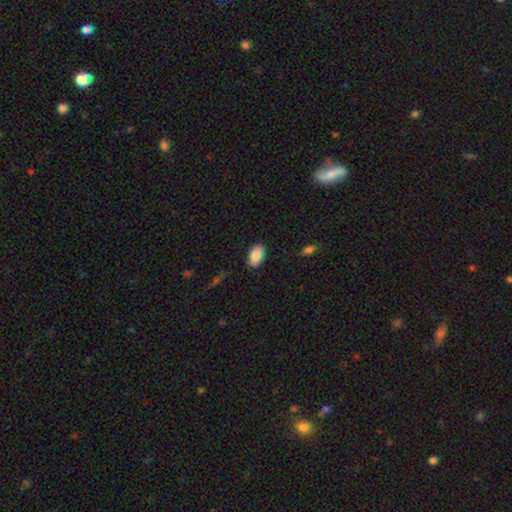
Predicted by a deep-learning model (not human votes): The model was most divided on "merging": none: 86%, minor disturbance: 11%, major disturbance: 2%, merger: 1%. More confident: how rounded — in between (93%); smooth or featured — smooth (89%).